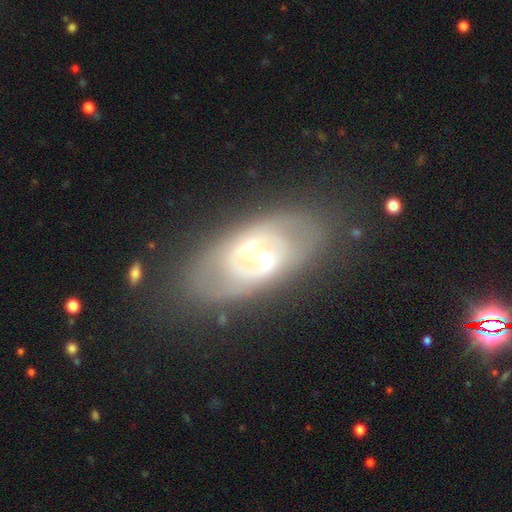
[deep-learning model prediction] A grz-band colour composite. It shows a featured or disk galaxy (75%) with a strong bar (48%), spiral arms (50%, tied with no) and a small central bulge (56%). Merging: none (72%).